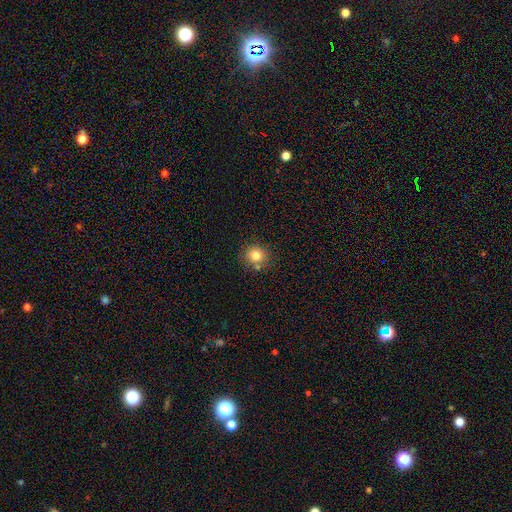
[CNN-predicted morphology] The model was most divided on "merging": none: 76%, minor disturbance: 11%, merger: 10%, major disturbance: 3%. More confident: how rounded — round (88%); smooth or featured — smooth (80%).